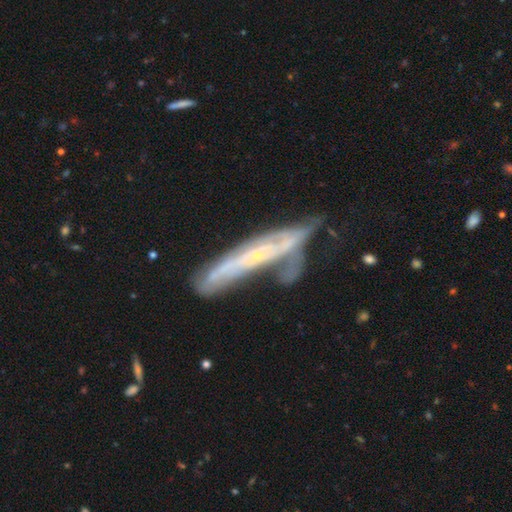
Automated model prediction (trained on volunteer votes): A featured or disk galaxy (71%) viewed edge-on (55%). Merging: none (34%).